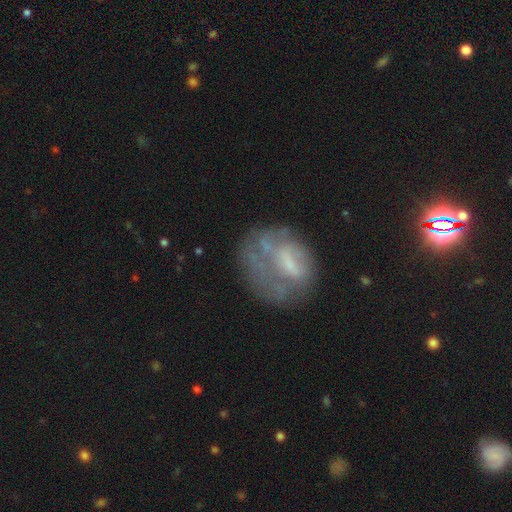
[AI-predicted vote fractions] Q: Smooth or featured?
A: featured or disk (50%); runner-up: smooth (32%)
Q: Edge-on disk?
A: no (96%); runner-up: yes (4%)
Q: Merging?
A: none (44%); runner-up: major disturbance (29%)